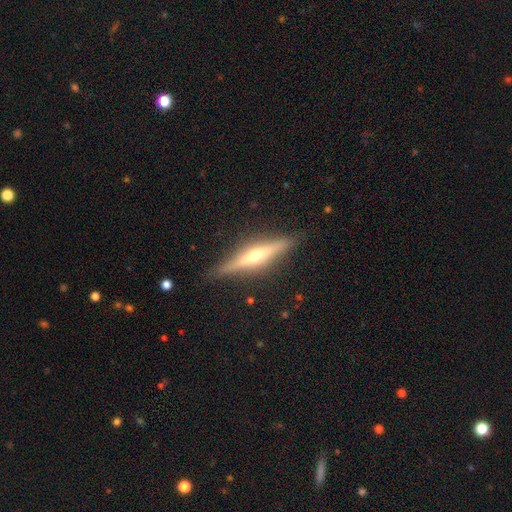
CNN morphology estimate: Smooth or featured? Predicted: featured or disk (p=0.76). Edge-on disk? Predicted: yes (p=0.97). Edge-on bulge? Predicted: rounded (p=0.91). Merging? Predicted: none (p=0.89).